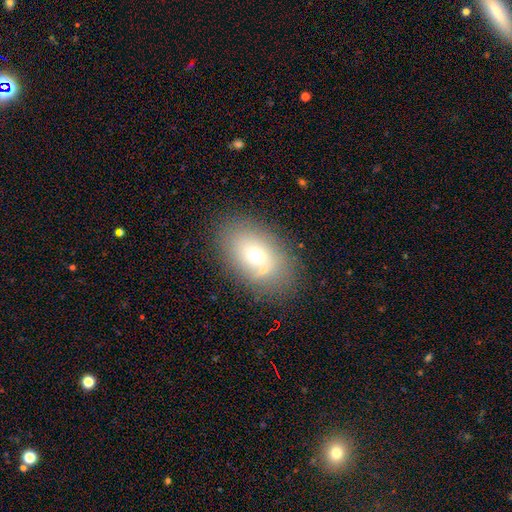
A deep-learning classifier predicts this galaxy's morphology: A smooth galaxy with no disk features (63%) that is in between round and cigar-shaped (80%). Merging: none (73%).